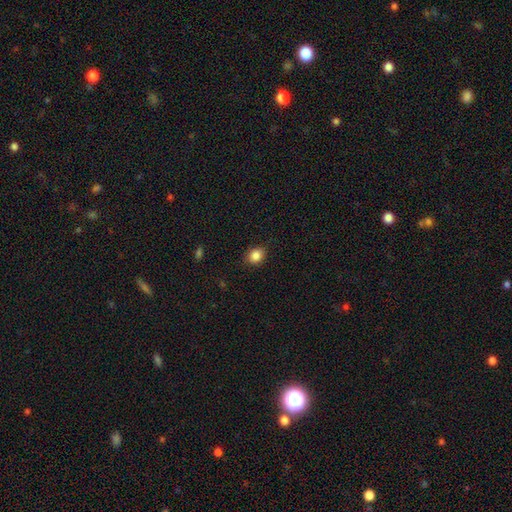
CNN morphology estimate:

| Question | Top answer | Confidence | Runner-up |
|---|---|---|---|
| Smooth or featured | smooth | 85% | star or artifact (10%) |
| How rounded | round | 58% | in between (41%) |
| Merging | none | 86% | minor disturbance (10%) |